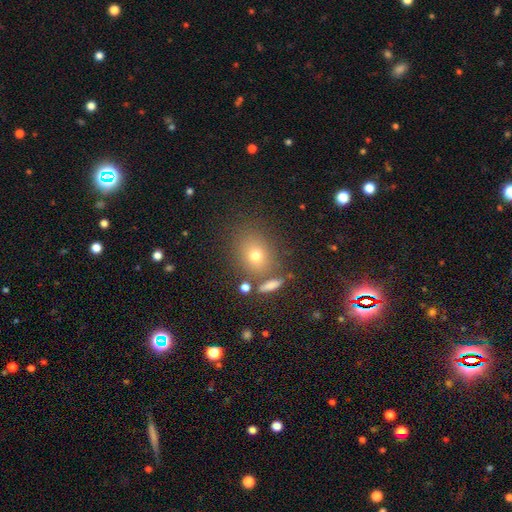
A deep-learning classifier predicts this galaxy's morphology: Overall: smooth (68%). How rounded: round (62%; in between 36%). Merging: none (74%).